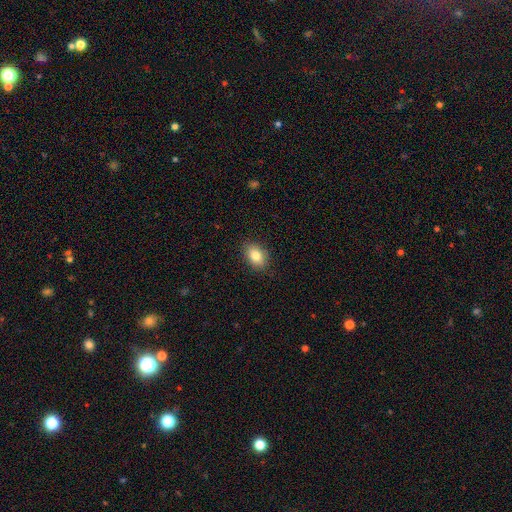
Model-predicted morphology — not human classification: smooth 83%, featured or disk 9%, star or artifact 8%. Down the decision tree: how rounded — in between (83%); merging — none (88%).